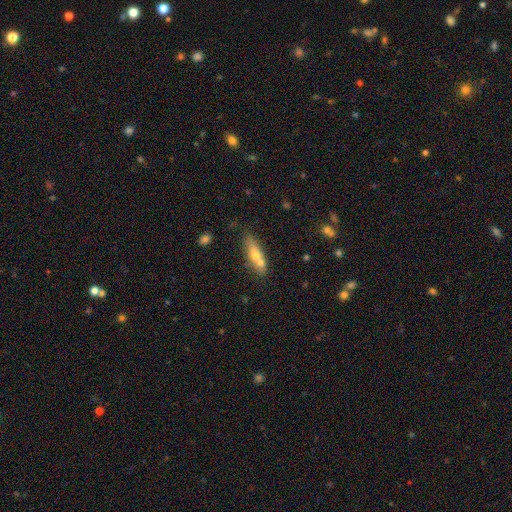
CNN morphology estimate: smooth 57%, featured or disk 35%, star or artifact 8%. Down the decision tree: how rounded — cigar-shaped (53%); merging — none (51%).